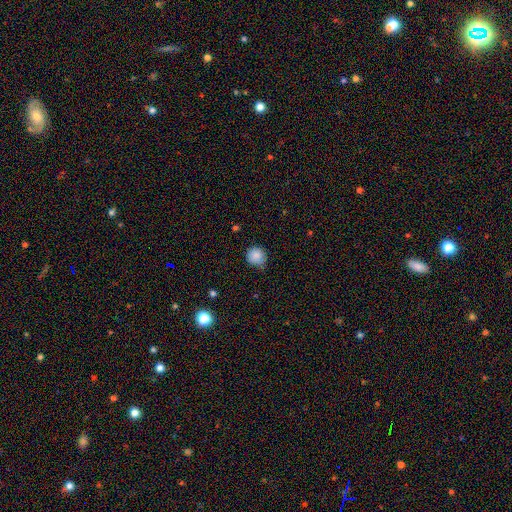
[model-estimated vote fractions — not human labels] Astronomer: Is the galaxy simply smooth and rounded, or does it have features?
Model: smooth — 86%.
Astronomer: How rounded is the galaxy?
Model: round — 90%.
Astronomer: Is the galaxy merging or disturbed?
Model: none — 68%.